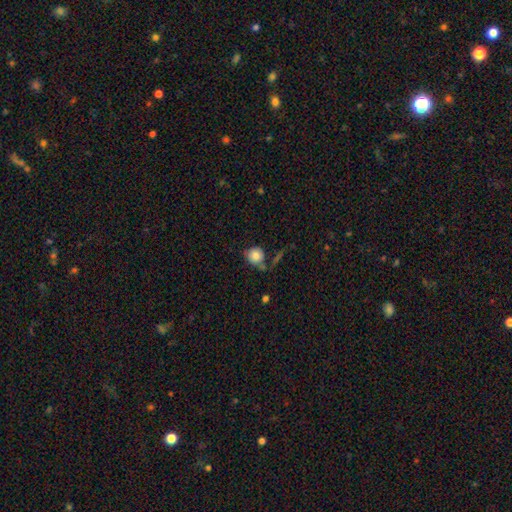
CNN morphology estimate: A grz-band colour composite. It shows a smooth galaxy with no disk features (82%) that is round (88%). Merging: none (61%).